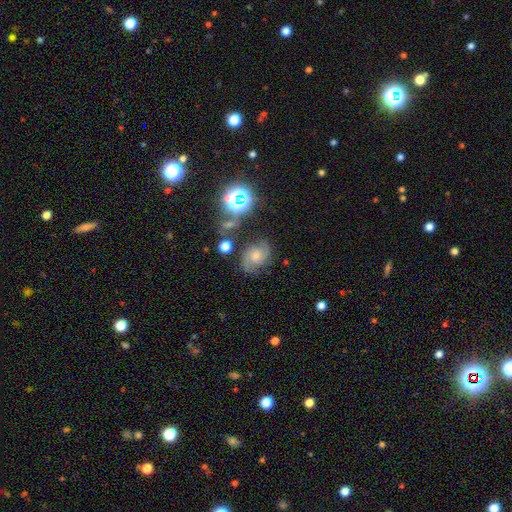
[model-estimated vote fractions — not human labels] The model was most divided on "bulge size": moderate: 44%, small: 28%, none: 15%, large: 10%, dominant: 2%. More confident: edge-on disk — no (97%); spiral arms — yes (96%); spiral arm count — 2 (86%); smooth or featured — featured or disk (74%); merging — none (71%); bar — no (60%); spiral winding — medium (54%).